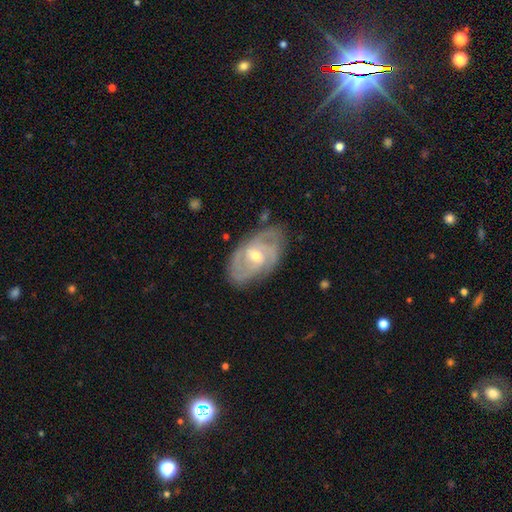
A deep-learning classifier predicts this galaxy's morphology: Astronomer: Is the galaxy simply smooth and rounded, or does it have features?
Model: featured or disk — 87%.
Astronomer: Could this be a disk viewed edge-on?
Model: no — 96%.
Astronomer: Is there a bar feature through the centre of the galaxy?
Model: weak — 47% (runner-up: no, 42%).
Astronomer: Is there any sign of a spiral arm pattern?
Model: yes — 96%.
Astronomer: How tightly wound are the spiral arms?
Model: tight — 56% (runner-up: medium, 37%).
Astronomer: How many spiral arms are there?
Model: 2 — 32%, tied with 3 at 32%.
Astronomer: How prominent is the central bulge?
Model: moderate — 51% (runner-up: small, 46%).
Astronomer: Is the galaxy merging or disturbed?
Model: none — 76%.